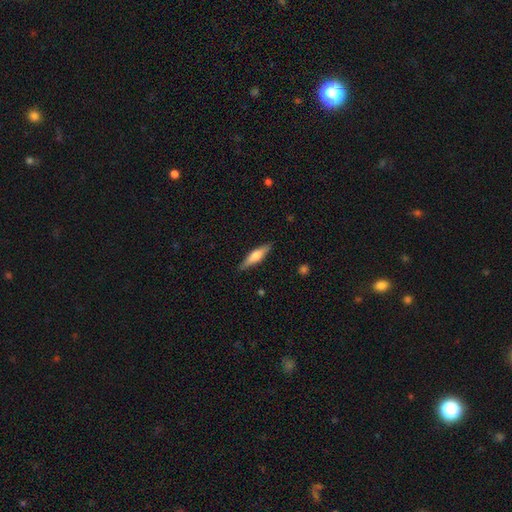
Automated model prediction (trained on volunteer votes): A featured or disk galaxy (49%).

Vote fractions:
- Smooth or featured? featured or disk: 49% / smooth: 46% / star or artifact: 6%
- Merging? none: 88% / minor disturbance: 9% / major disturbance: 2% / merger: 1%